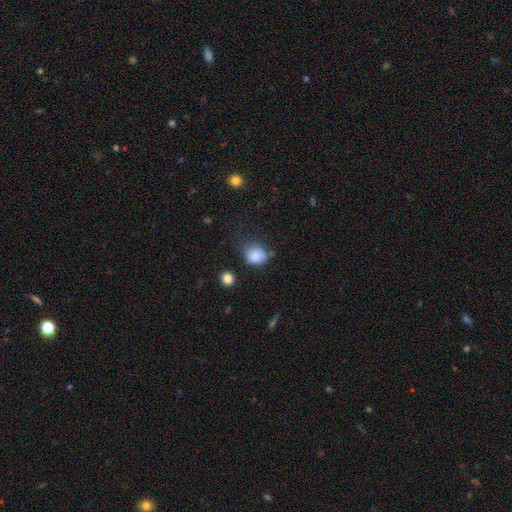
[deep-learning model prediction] A smooth galaxy with no disk features (84%) that is round (62%). Merging: none (53%).